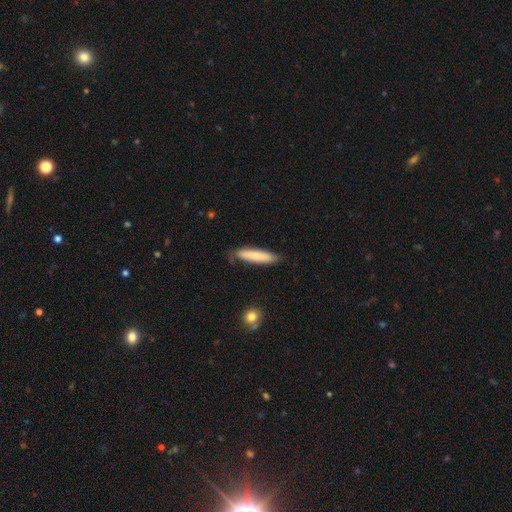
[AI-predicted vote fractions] Smooth or featured: smooth — 78% (featured or disk — 17%)
How rounded: cigar-shaped — 85% (in between — 14%)
Merging: none — 78% (minor disturbance — 17%)